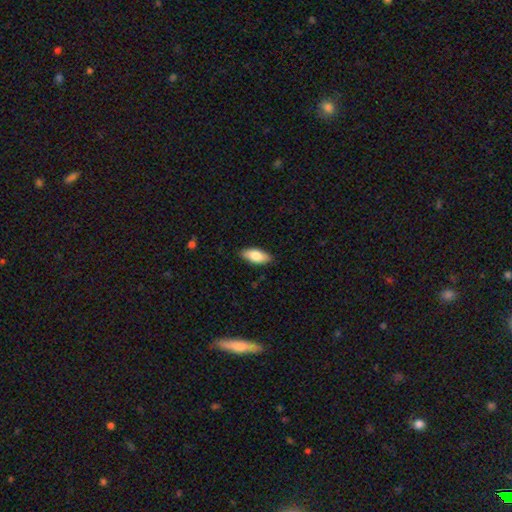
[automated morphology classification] This is clearly a smooth galaxy (81%). How rounded: clearly in between (86%). Merging: clearly none (87%).